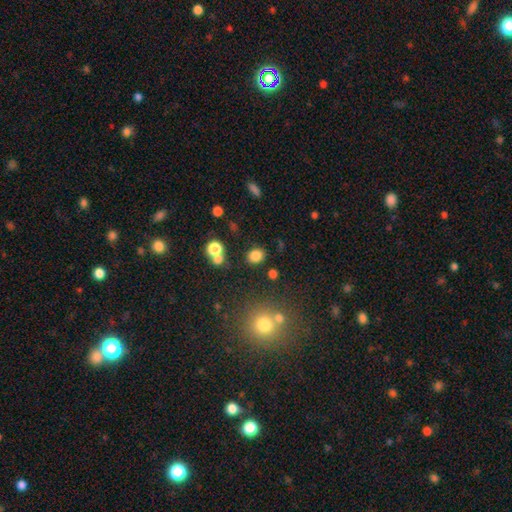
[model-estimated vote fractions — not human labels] This is clearly a smooth galaxy (81%). How rounded: possibly round (57%). Merging: clearly none (81%).